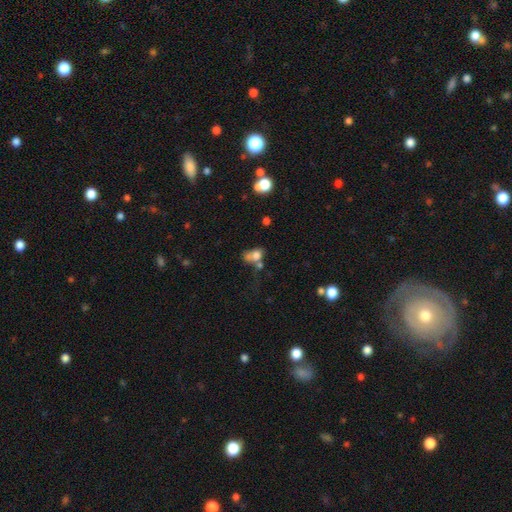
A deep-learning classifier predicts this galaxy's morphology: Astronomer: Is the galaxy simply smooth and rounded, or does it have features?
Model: smooth — 68%.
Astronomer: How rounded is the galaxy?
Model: in between — 60% (runner-up: round, 38%).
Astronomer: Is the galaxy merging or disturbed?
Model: merger — 43% (runner-up: none, 25%).